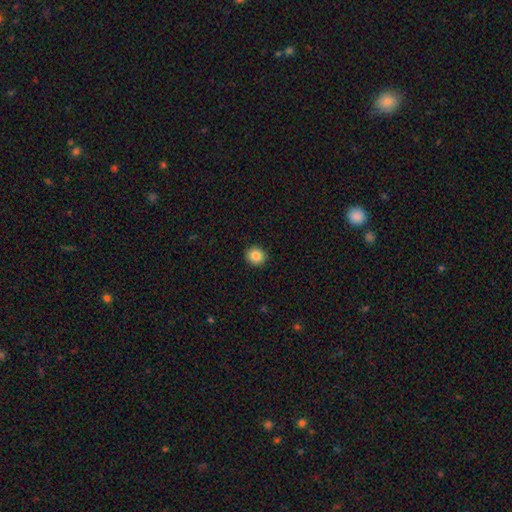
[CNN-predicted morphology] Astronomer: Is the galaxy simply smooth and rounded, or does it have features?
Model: smooth — 85%.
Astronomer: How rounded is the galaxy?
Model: round — 82%.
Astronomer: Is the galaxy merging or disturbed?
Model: none — 92%.